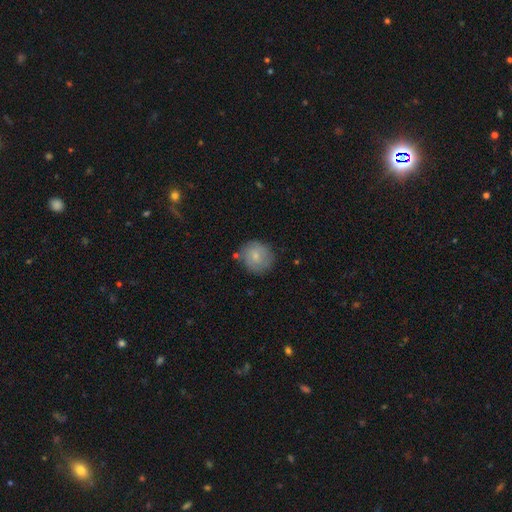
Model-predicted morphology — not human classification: smooth-or-featured: smooth: 68% | featured or disk: 25% | star or artifact: 7%
  how-rounded: round: 88% | in between: 11% | cigar-shaped: 1%
  merging: none: 74% | minor disturbance: 17% | merger: 5% | major disturbance: 4%